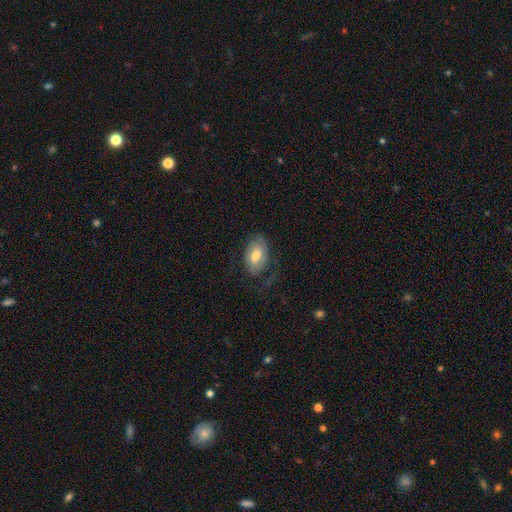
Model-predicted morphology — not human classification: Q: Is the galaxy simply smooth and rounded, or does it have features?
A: smooth — 63%.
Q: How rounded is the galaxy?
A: in between — 91%.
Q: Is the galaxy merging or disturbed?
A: none — 62%.